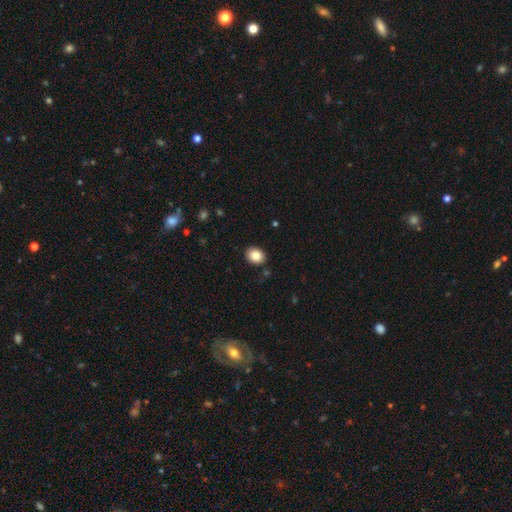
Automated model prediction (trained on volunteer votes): The model was most divided on "how rounded": in between: 50%, round: 49%, cigar-shaped: 1%. More confident: merging — none (89%); smooth or featured — smooth (84%).